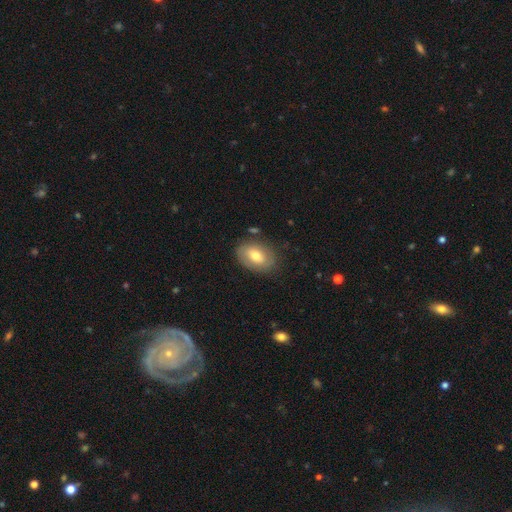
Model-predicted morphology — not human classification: Smooth or featured? smooth (63%)
How rounded? in between (85%)
Merging? none (78%)